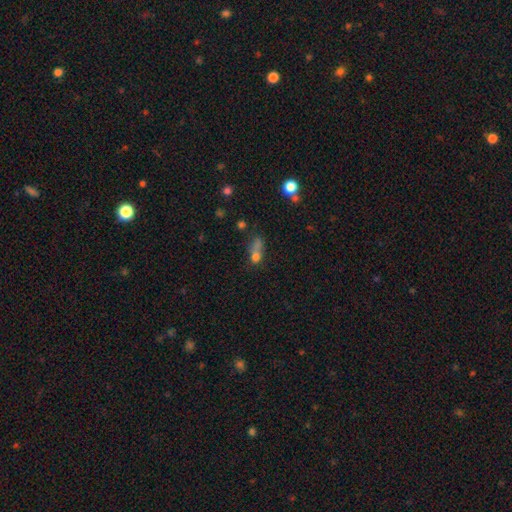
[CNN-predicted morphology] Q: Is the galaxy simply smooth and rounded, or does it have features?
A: smooth — 67%.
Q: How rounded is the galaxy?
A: in between — 53%.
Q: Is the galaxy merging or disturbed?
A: merger — 39%.